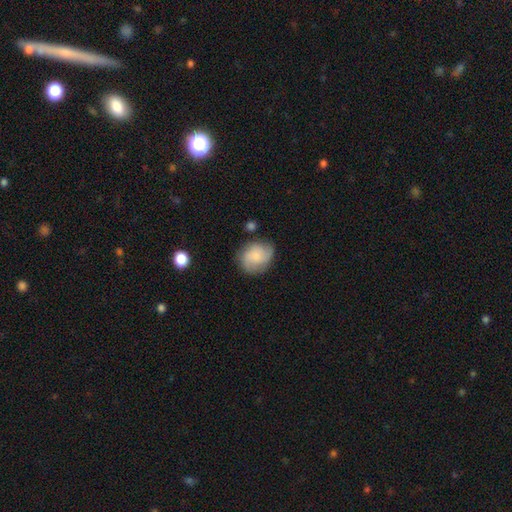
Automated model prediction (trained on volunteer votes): smooth 58%, featured or disk 34%, star or artifact 8%. Down the decision tree: how rounded — round (61%); merging — none (68%).